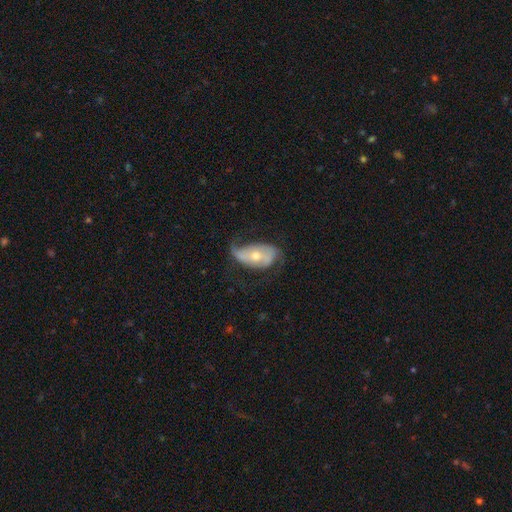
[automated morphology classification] This appears to be a featured or disk galaxy (66%) with no bar (56%), 2 (73%) loose (55%) spiral arms (81%) and a moderate central bulge (60%). Merging: none (48%).